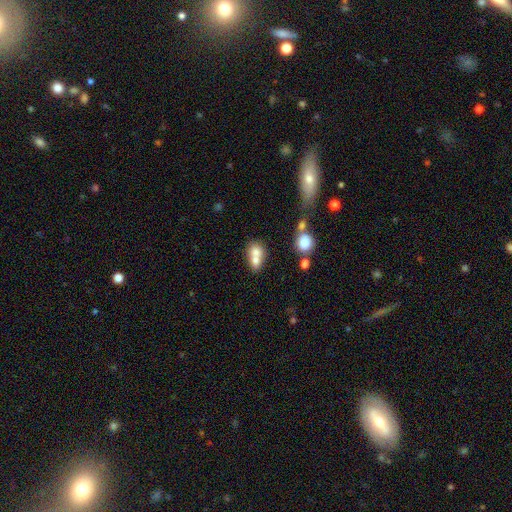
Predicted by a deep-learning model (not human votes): Smooth or featured? smooth (69%)
How rounded? in between (51%)
Merging? merger (68%)